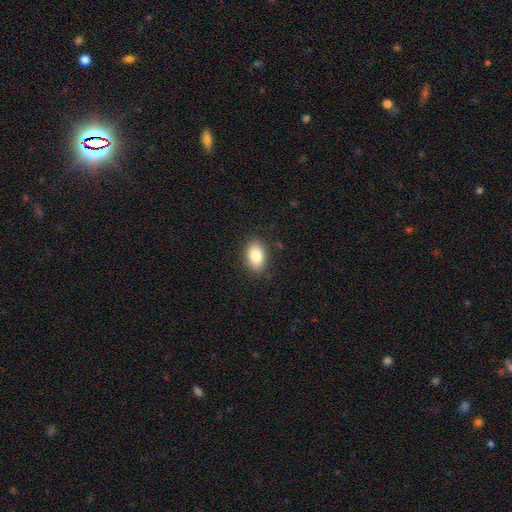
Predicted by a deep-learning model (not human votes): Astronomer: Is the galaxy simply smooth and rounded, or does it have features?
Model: smooth — 84%.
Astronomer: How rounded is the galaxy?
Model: in between — 89%.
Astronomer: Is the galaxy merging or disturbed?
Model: none — 87%.